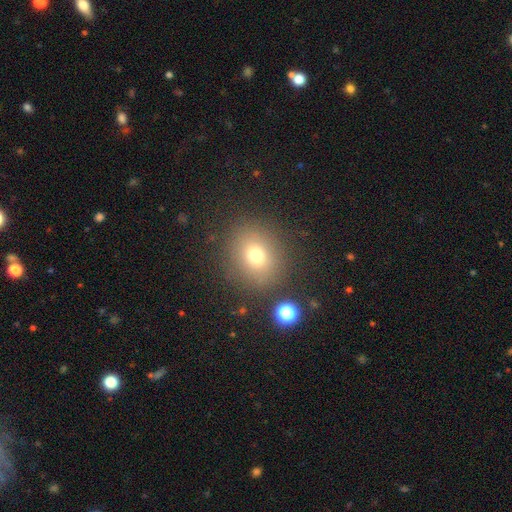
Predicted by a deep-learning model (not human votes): The model was most divided on "how rounded": round: 75%, in between: 24%, cigar-shaped: 1%. More confident: merging — none (85%); smooth or featured — smooth (72%).